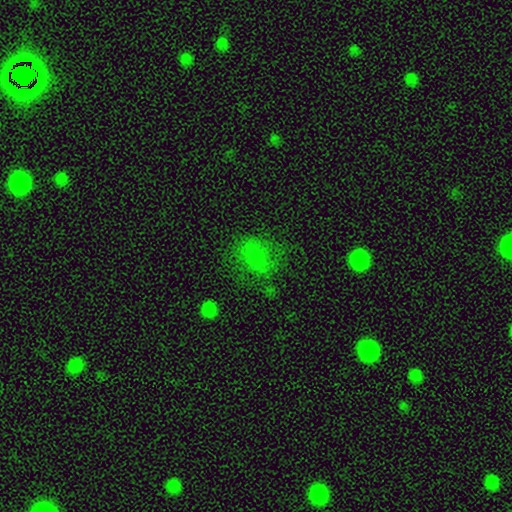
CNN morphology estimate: A smooth galaxy with no disk features (67%) that is in between round and cigar-shaped (53%). Merging: none (60%).